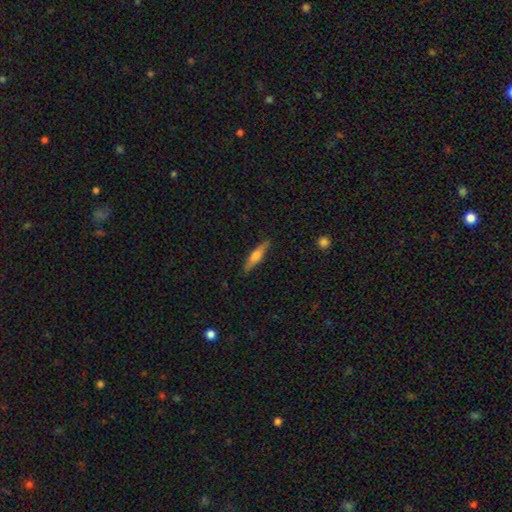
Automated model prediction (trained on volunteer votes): Smooth or featured: smooth — 56% (featured or disk — 38%)
How rounded: cigar-shaped — 81% (in between — 17%)
Merging: none — 88% (minor disturbance — 9%)